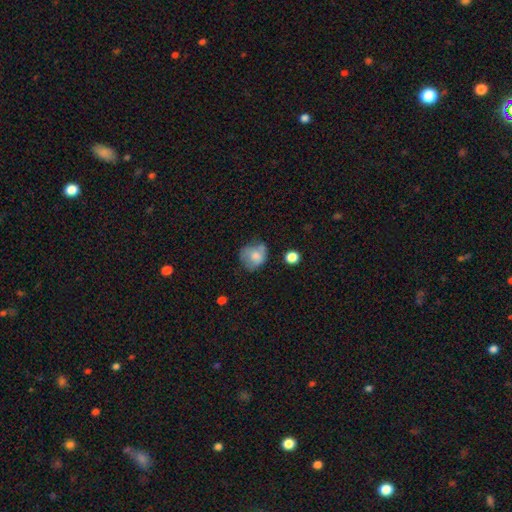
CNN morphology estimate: This appears to be a smooth galaxy with no disk features (69%) that is round (66%). Merging: none (40%).